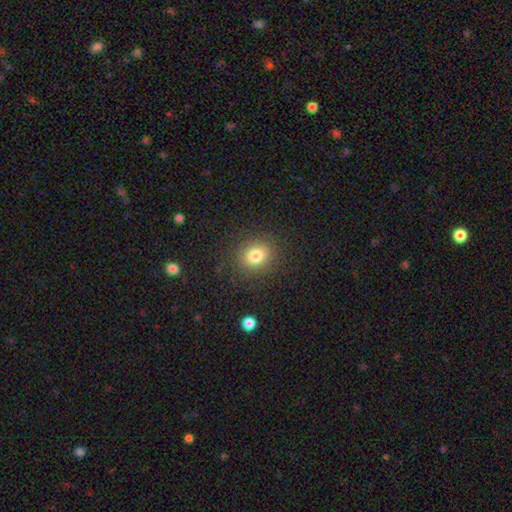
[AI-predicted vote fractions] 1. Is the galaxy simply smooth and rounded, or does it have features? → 80% smooth, 13% star or artifact, 7% featured or disk.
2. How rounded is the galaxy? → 71% round, 28% in between, 1% cigar-shaped.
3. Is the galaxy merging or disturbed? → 87% none, 8% minor disturbance, 4% major disturbance, 1% merger.